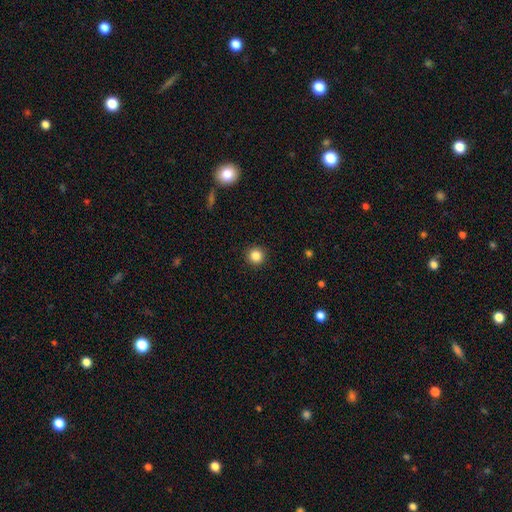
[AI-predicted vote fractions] This is clearly a smooth galaxy (85%). How rounded: clearly round (95%). Merging: clearly none (93%).